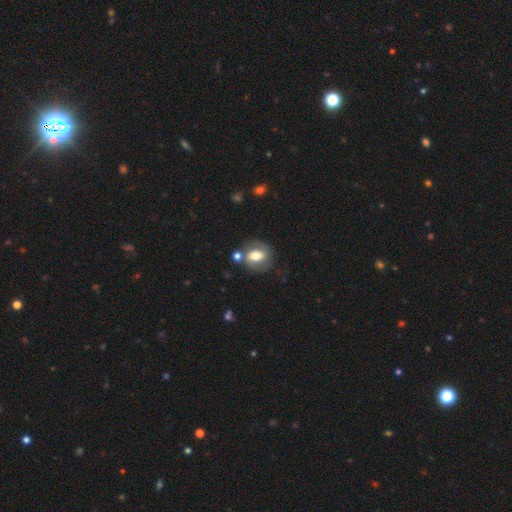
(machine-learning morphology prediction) The model was most divided on "how rounded": in between: 53%, round: 45%, cigar-shaped: 2%. More confident: merging — none (63%); smooth or featured — smooth (52%).